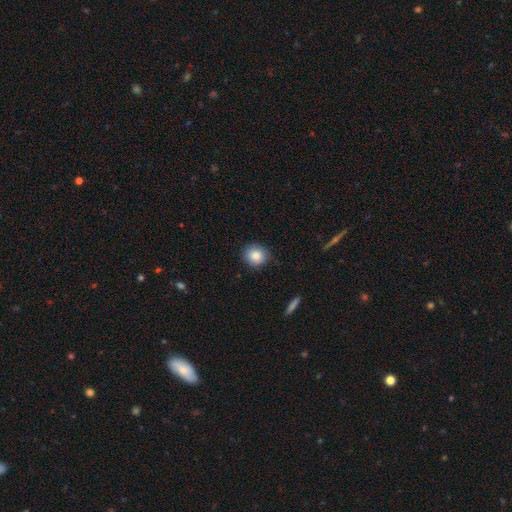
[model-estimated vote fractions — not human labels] Smooth or featured? smooth (85%)
How rounded? round (86%)
Merging? none (82%)